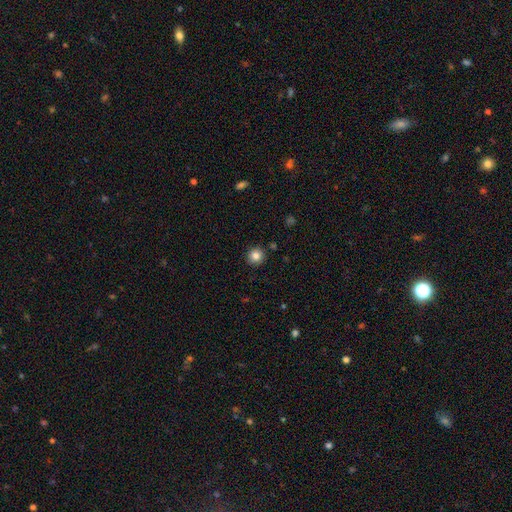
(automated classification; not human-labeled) smooth-or-featured: smooth: 83% | star or artifact: 11% | featured or disk: 6%
  how-rounded: round: 94% | in between: 5% | cigar-shaped: 1%
  merging: none: 91% | minor disturbance: 6% | major disturbance: 2% | merger: 2%